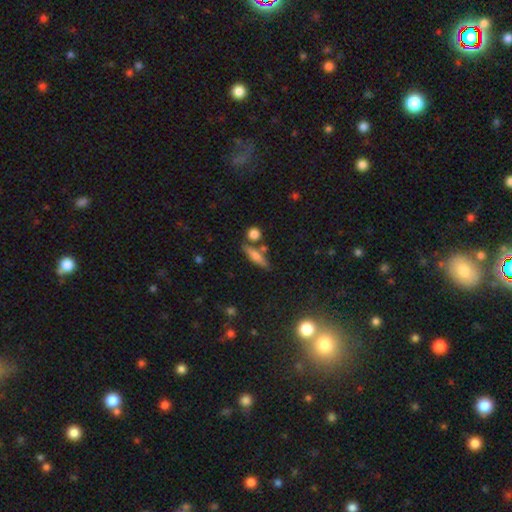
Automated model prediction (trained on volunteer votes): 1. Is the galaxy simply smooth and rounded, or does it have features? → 61% smooth, 30% featured or disk, 9% star or artifact.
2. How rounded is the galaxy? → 74% cigar-shaped, 21% in between, 5% round.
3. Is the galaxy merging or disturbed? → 75% none, 11% minor disturbance, 11% merger, 3% major disturbance.